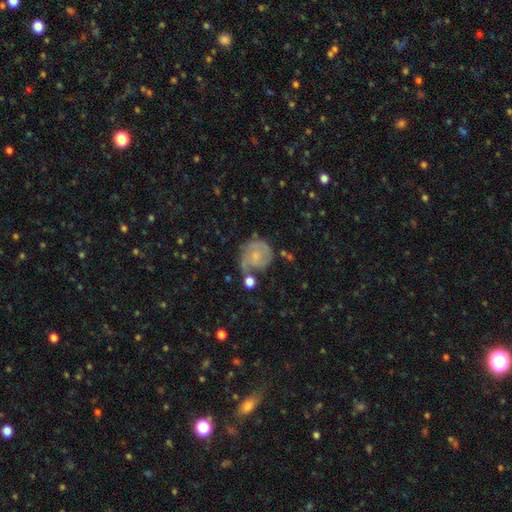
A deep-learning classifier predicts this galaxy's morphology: Smooth or featured?
  - featured or disk: 58% *
  - smooth: 33%
  - star or artifact: 8%
Edge-on disk?
  - no: 98% *
  - yes: 2%
Bar?
  - no: 73% *
  - weak: 24%
  - strong: 4%
Spiral arms?
  - yes: 84% *
  - no: 16%
Bulge size?
  - small: 62% *
  - moderate: 24%
  - none: 10%
  - large: 2%
  - dominant: 1%
Merging?
  - none: 51% *
  - minor disturbance: 24%
  - major disturbance: 15%
  - merger: 10%